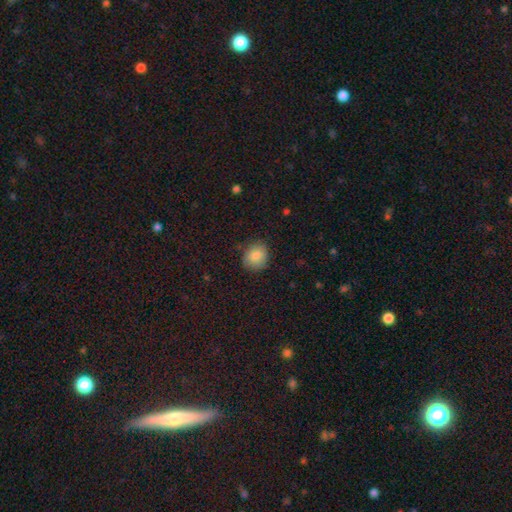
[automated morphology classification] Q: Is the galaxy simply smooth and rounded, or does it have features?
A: smooth — 83%.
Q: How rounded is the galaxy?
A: round — 66%.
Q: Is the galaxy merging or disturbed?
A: none — 83%.